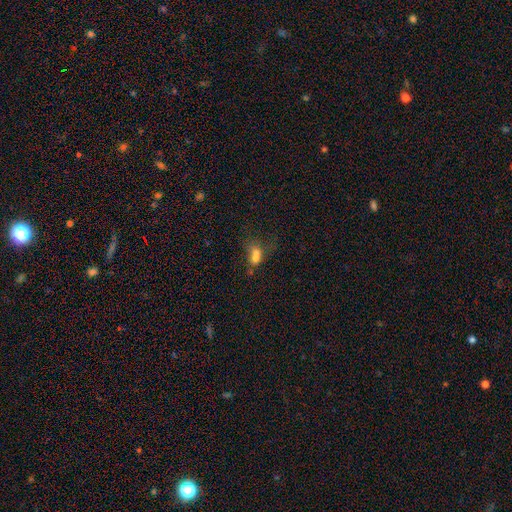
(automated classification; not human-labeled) Smooth or featured: smooth — 66% (featured or disk — 19%)
How rounded: in between — 61% (round — 36%)
Merging: merger — 59% (none — 20%)